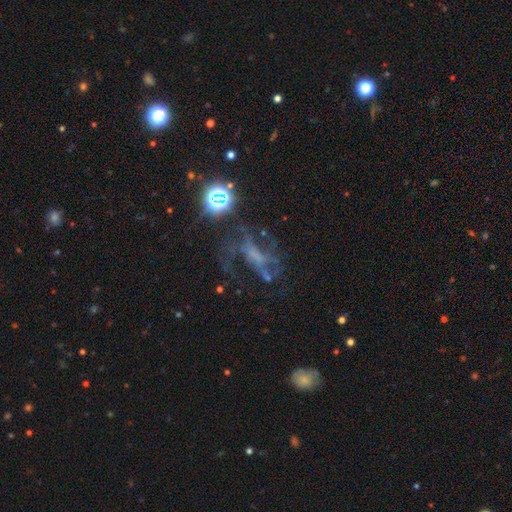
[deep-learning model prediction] This appears to be a featured or disk galaxy (54%) with no bar (59%), spiral arms (53%) and no central bulge (60%). Merging: none (45%).